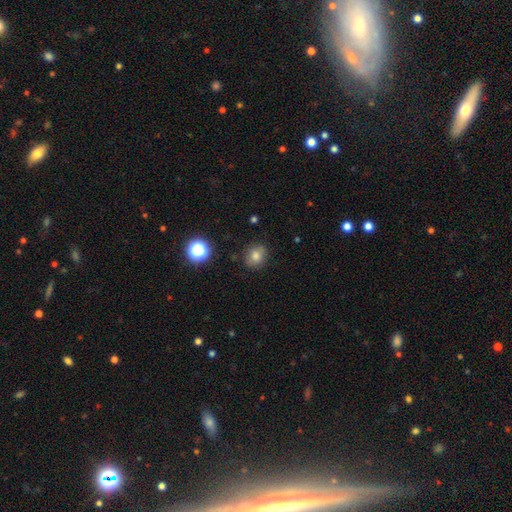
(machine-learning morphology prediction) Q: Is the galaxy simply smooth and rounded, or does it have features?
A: smooth — 78%.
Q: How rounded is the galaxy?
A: round — 66%.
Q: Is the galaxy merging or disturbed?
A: none — 83%.